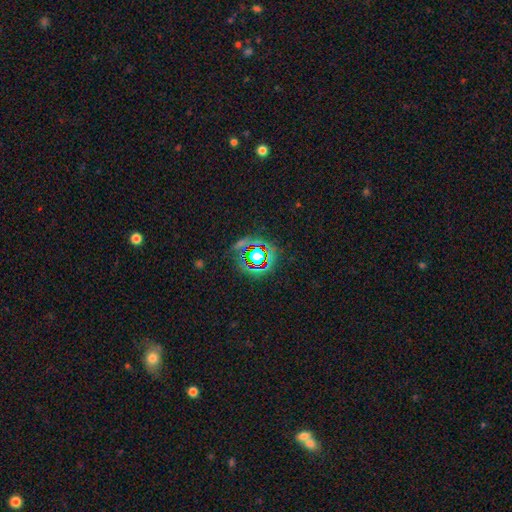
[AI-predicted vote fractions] smooth_or_featured: star or artifact (p=0.60) [alt: smooth p=0.26]